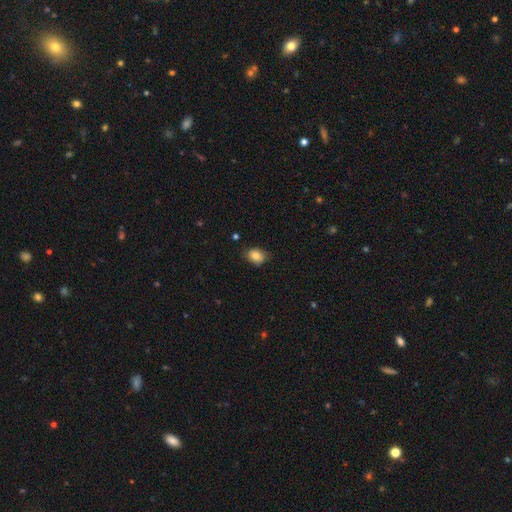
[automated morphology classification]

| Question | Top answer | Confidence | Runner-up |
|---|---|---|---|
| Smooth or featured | smooth | 82% | star or artifact (9%) |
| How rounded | in between | 65% | round (34%) |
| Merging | none | 71% | minor disturbance (24%) |